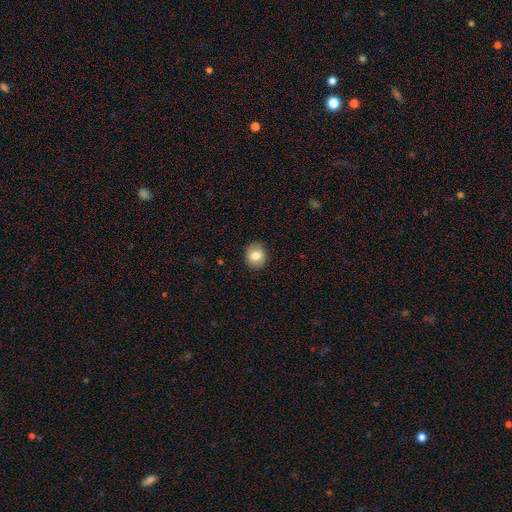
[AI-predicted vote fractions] Smooth or featured? smooth (81%)
How rounded? round (72%)
Merging? none (89%)